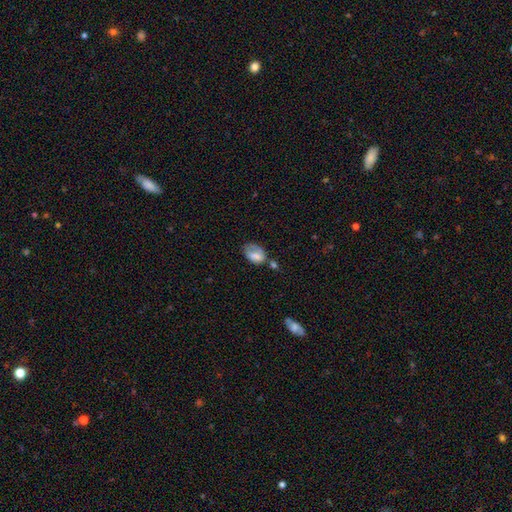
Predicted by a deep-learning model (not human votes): The model was most divided on "merging": none: 32%, minor disturbance: 29%, major disturbance: 23%, merger: 15%. More confident: how rounded — in between (86%); smooth or featured — smooth (66%).